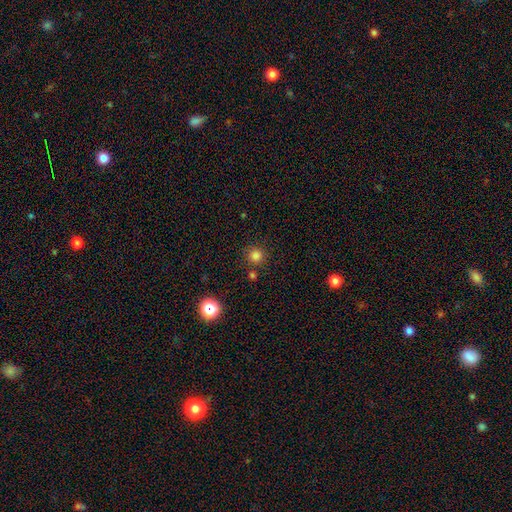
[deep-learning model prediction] Morphology: type=smooth (80%); roundness=round (93%); merging=none (80%).